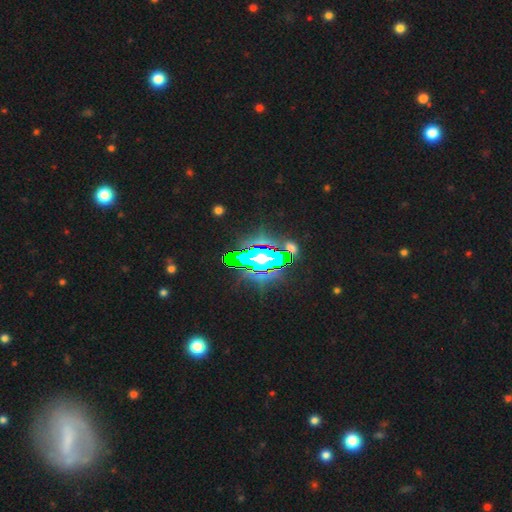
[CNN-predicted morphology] Smooth or featured? star or artifact (64%)